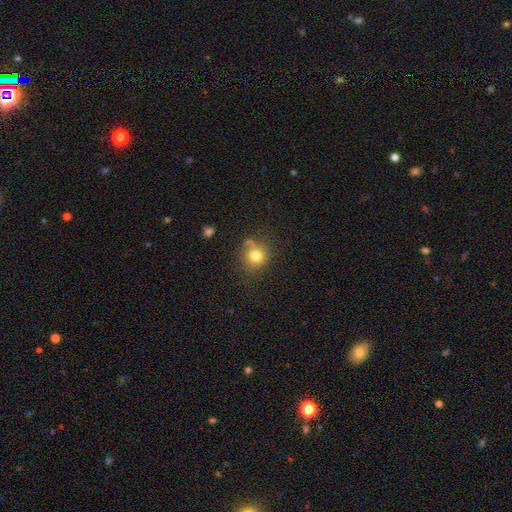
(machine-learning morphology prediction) smooth-or-featured: smooth: 77% | star or artifact: 13% | featured or disk: 10%
  how-rounded: round: 86% | in between: 13% | cigar-shaped: 1%
  merging: none: 68% | minor disturbance: 17% | merger: 9% | major disturbance: 6%